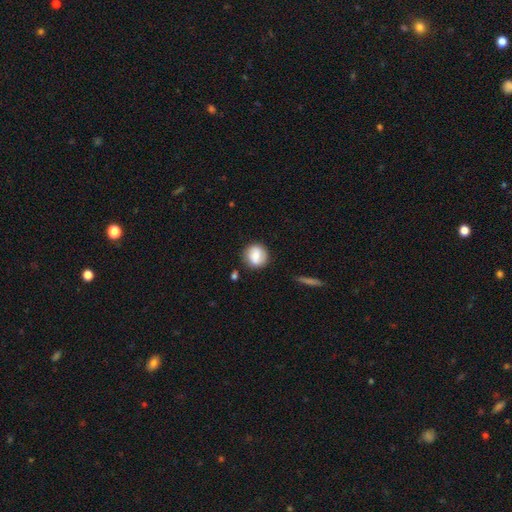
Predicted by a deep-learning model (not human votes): smooth_or_featured: smooth (p=0.77) [alt: featured or disk p=0.15]
how_rounded: round (p=0.87) [alt: in between p=0.12]
merging: none (p=0.81) [alt: minor disturbance p=0.13]